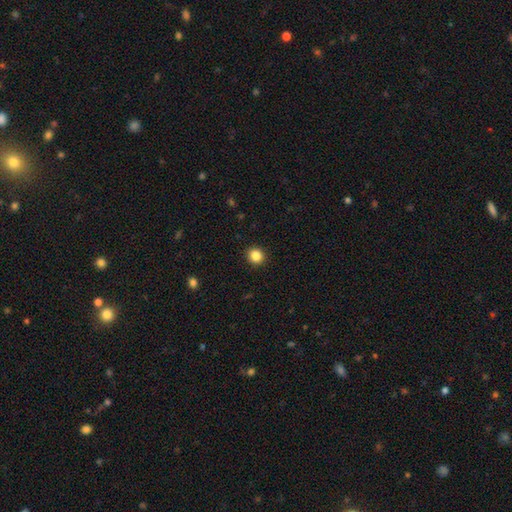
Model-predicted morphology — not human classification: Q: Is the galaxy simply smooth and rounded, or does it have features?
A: smooth — 86%.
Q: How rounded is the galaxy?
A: round — 91%.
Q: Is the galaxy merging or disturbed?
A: none — 93%.